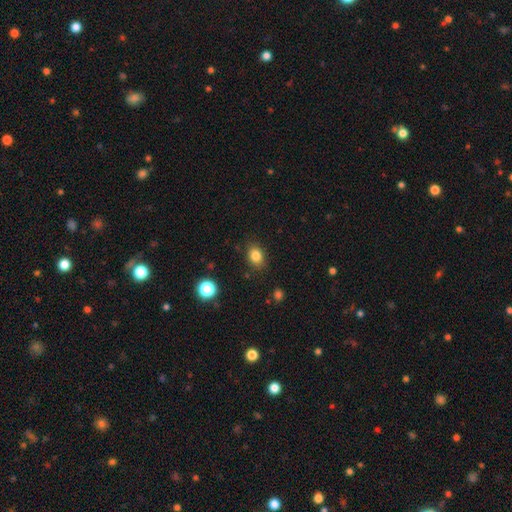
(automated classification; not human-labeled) Smooth or featured? smooth (83%)
How rounded? in between (60%)
Merging? none (84%)